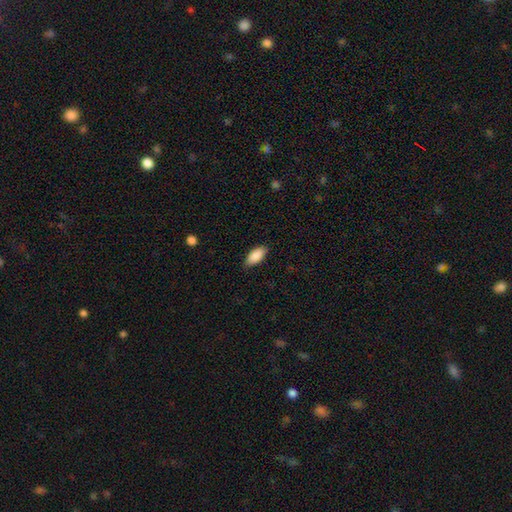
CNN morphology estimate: The model was most divided on "merging": none: 84%, minor disturbance: 12%, major disturbance: 2%, merger: 1%. More confident: smooth or featured — smooth (89%); how rounded — in between (88%).